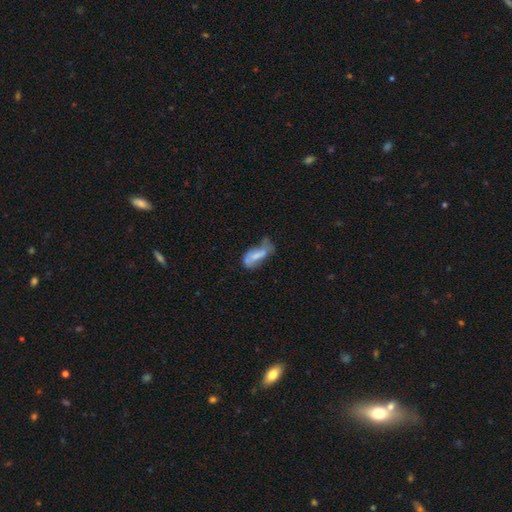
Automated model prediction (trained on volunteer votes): Smooth or featured?
  - smooth: 56% *
  - featured or disk: 35%
  - star or artifact: 9%
How rounded?
  - in between: 81% *
  - cigar-shaped: 16%
  - round: 3%
Merging?
  - minor disturbance: 31% *
  - major disturbance: 30%
  - none: 27%
  - merger: 11%